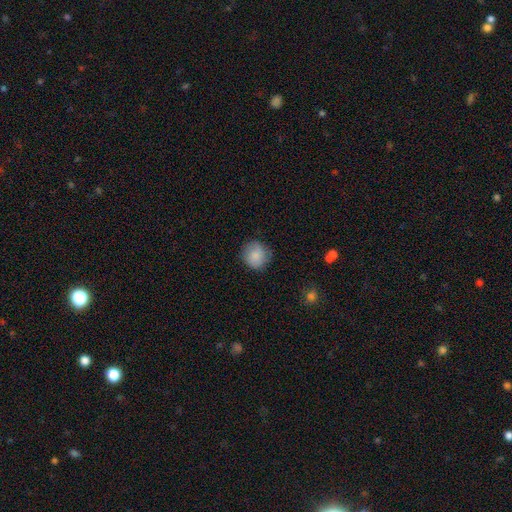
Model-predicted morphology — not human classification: A smooth galaxy with no disk features (85%) that is round (90%).

Vote fractions:
- Smooth or featured? smooth: 85% / featured or disk: 8% / star or artifact: 7%
- How rounded? round: 90% / in between: 9% / cigar-shaped: 1%
- Merging? none: 81% / minor disturbance: 14% / major disturbance: 3% / merger: 1%